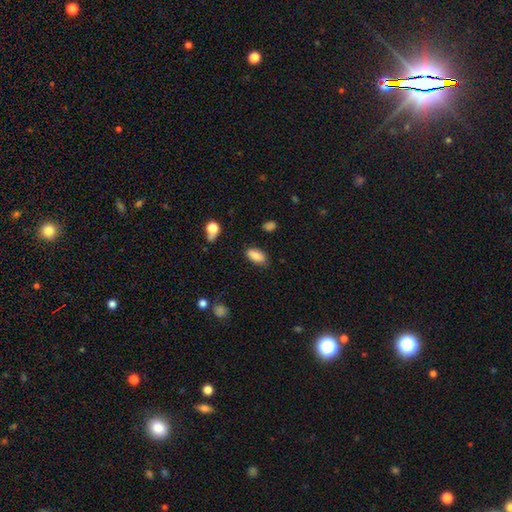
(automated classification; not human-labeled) Smooth or featured? Predicted: smooth (p=0.84). How rounded? Predicted: in between (p=0.91). Merging? Predicted: none (p=0.82).